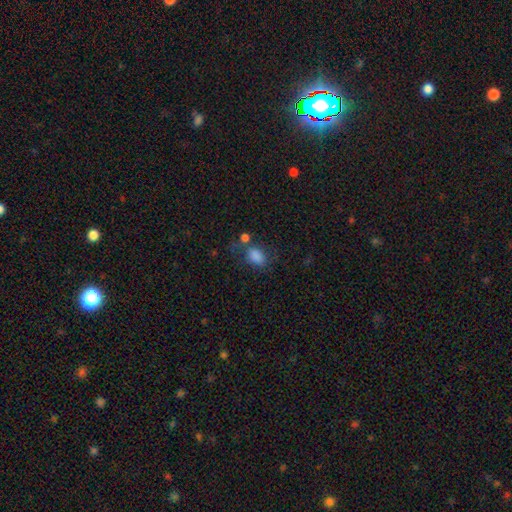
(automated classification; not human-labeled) A smooth galaxy with no disk features (82%) that is in between round and cigar-shaped (76%). Merging: none (50%).